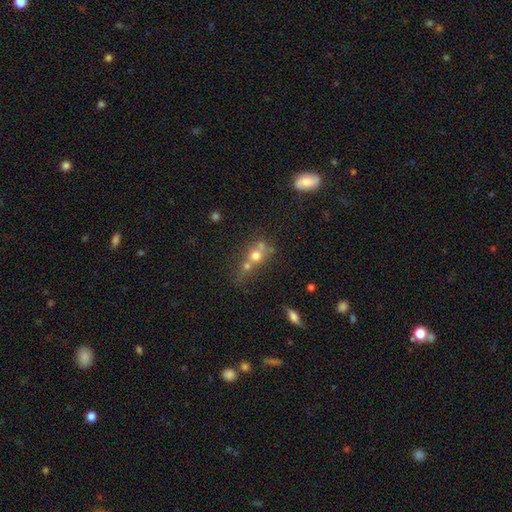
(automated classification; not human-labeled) The model was most divided on "merging": merger: 57%, none: 28%, minor disturbance: 8%, major disturbance: 6%. More confident: how rounded — round (71%); smooth or featured — smooth (60%).